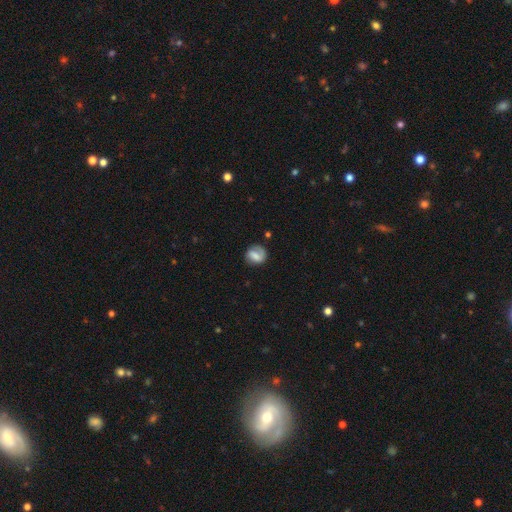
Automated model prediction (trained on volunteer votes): Q: Smooth or featured?
A: smooth (52%); runner-up: featured or disk (40%)
Q: How rounded?
A: round (70%); runner-up: in between (29%)
Q: Merging?
A: none (67%); runner-up: minor disturbance (21%)